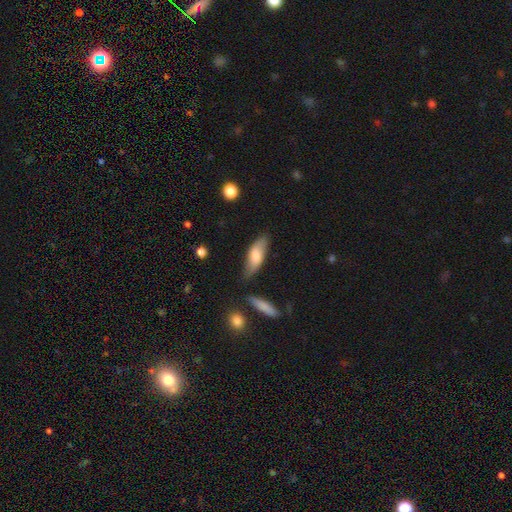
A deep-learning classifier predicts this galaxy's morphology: Smooth or featured? smooth (69%)
How rounded? in between (69%)
Merging? none (68%)